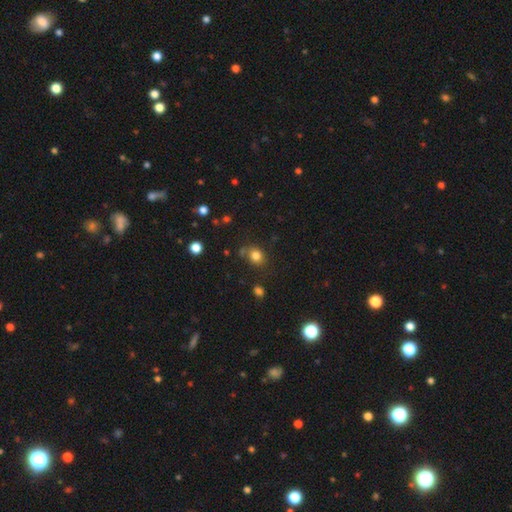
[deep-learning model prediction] This is clearly a smooth galaxy (81%). How rounded: likely round (65%). Merging: likely none (71%).